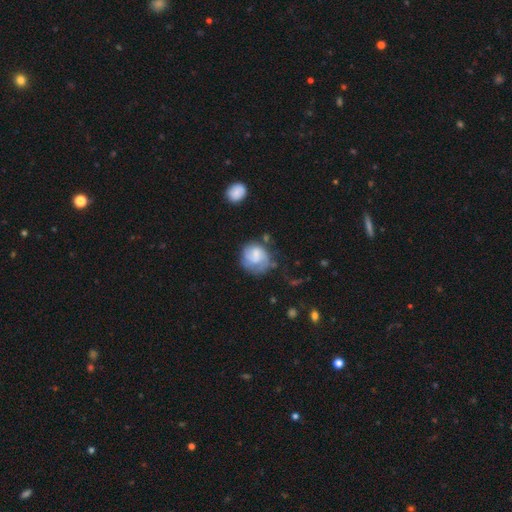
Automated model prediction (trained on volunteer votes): Morphology: type=smooth (46%, tied with featured or disk); merging=none (46%).